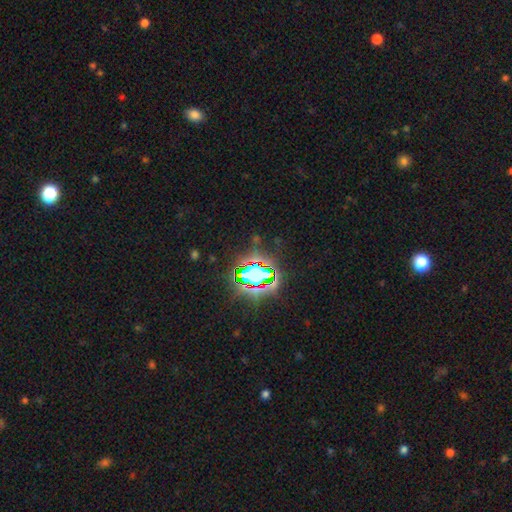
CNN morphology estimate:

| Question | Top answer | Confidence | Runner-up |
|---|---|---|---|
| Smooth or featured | star or artifact | 75% | smooth (15%) |